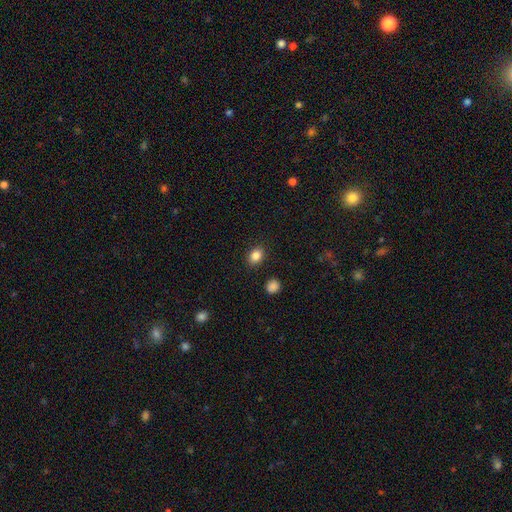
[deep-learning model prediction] Q: Smooth or featured?
A: smooth (86%); runner-up: star or artifact (10%)
Q: How rounded?
A: in between (64%); runner-up: round (34%)
Q: Merging?
A: none (88%); runner-up: minor disturbance (8%)